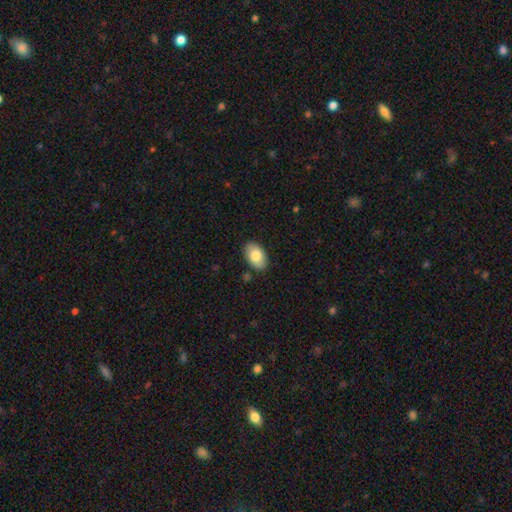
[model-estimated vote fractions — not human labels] smooth_or_featured: smooth (p=0.81) [alt: featured or disk p=0.13]
how_rounded: in between (p=0.93) [alt: round p=0.06]
merging: none (p=0.87) [alt: minor disturbance p=0.10]